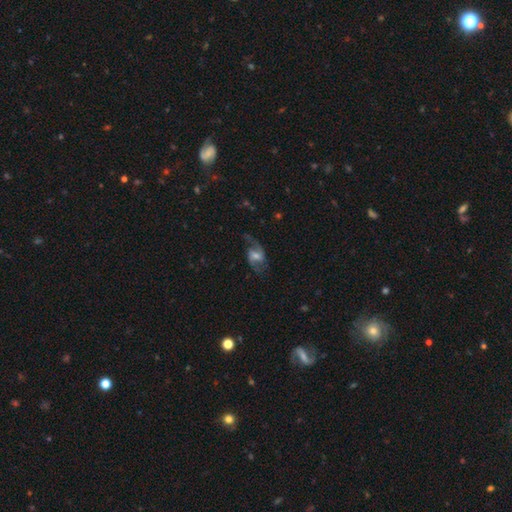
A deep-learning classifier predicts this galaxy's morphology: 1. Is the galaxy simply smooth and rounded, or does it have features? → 79% featured or disk, 14% smooth, 7% star or artifact.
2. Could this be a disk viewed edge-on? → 97% no, 3% yes.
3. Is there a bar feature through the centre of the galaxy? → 53% weak, 25% no, 22% strong.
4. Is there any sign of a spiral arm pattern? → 94% yes, 6% no.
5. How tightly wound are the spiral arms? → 53% loose, 39% medium, 9% tight.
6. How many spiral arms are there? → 89% 2, 5% 1, 3% can't tell, 1% 3, 1% 4, 1% more than 4.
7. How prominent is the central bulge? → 47% moderate, 34% small, 9% large, 8% none, 2% dominant.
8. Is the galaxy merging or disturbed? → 68% none, 17% minor disturbance, 13% major disturbance, 2% merger.